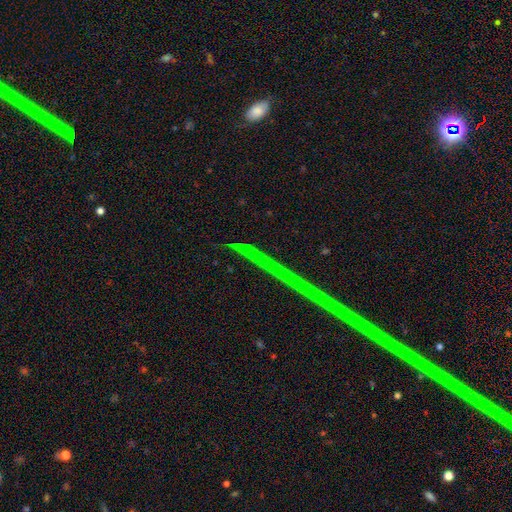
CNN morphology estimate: type=star or artifact (81%).